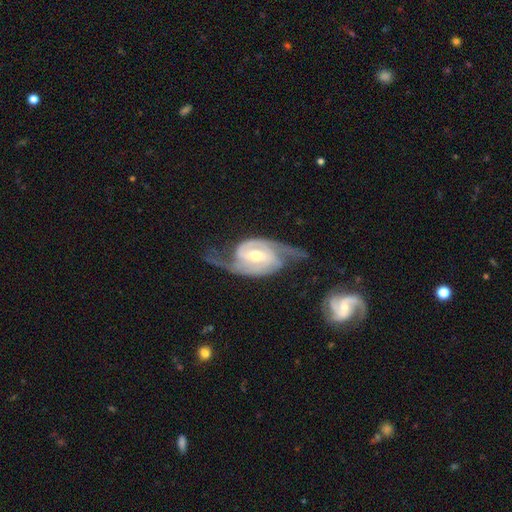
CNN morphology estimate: type=featured or disk (91%); edge-on=no (96%); bar=weak (44%); spiral arms=yes (97%); winding=medium (47%); arm count=2 (89%); bulge=moderate (55%); merging=none (62%).